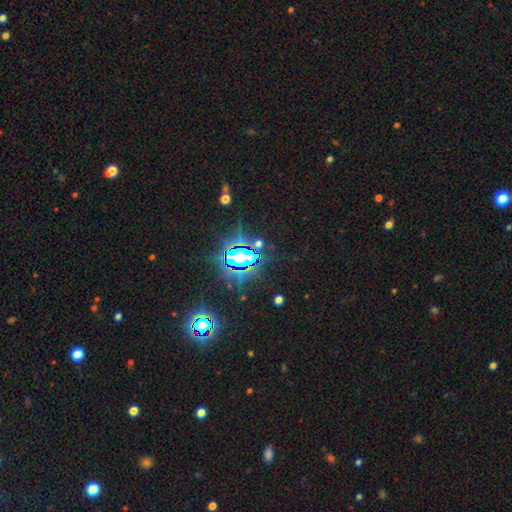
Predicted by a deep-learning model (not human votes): star or artifact 83%, smooth 10%, featured or disk 7%.